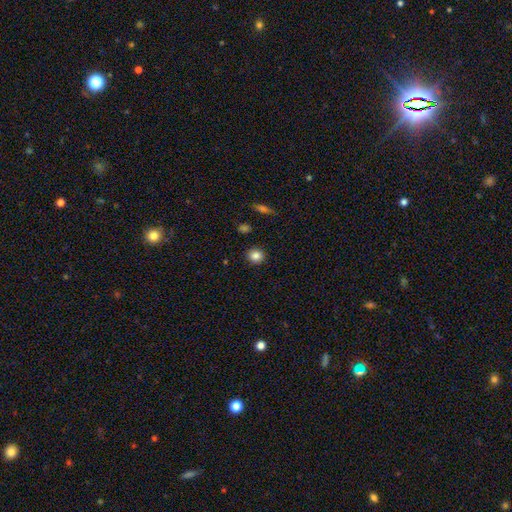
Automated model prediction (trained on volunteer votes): Smooth or featured?
  - smooth: 85% *
  - star or artifact: 10%
  - featured or disk: 5%
How rounded?
  - round: 86% *
  - in between: 13%
  - cigar-shaped: 1%
Merging?
  - none: 91% *
  - minor disturbance: 6%
  - major disturbance: 2%
  - merger: 1%